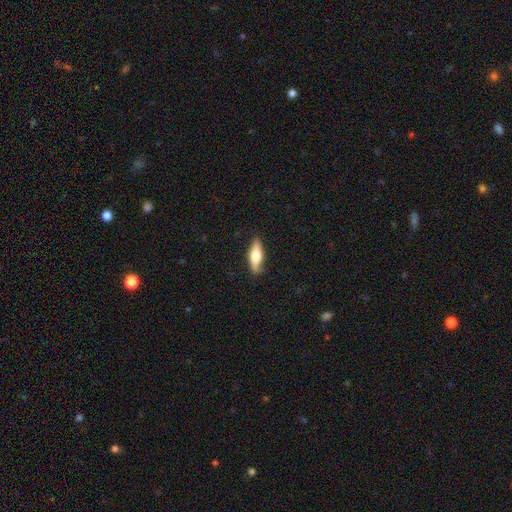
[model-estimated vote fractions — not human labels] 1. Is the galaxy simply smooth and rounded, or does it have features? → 59% smooth, 35% featured or disk, 6% star or artifact.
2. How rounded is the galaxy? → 50% cigar-shaped, 47% in between, 2% round.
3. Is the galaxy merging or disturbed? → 86% none, 10% minor disturbance, 2% major disturbance, 1% merger.